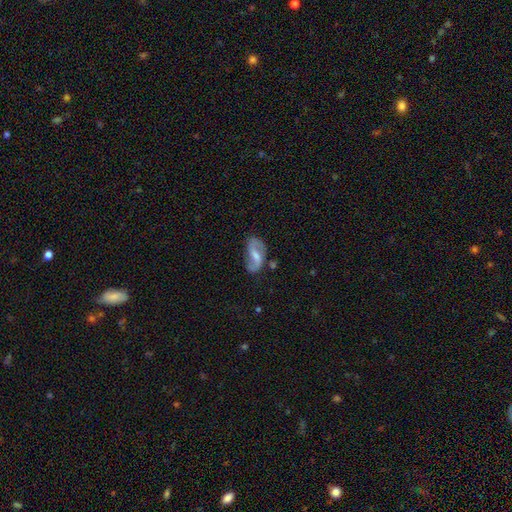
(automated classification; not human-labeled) Overall: featured or disk (79%). Edge-on disk: no (96%). Bar: weak (48%; strong 26%). Spiral arms: yes (93%). Spiral arm count: 2 (90%). Spiral winding: loose (49%; medium 38%). Bulge size: moderate (43%; small 38%). Merging: none (72%).